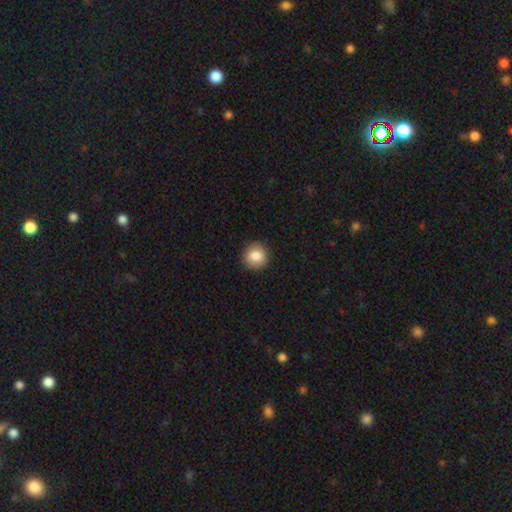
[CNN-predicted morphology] Smooth or featured: smooth — 86% (star or artifact — 8%)
How rounded: round — 92% (in between — 7%)
Merging: none — 91% (minor disturbance — 6%)